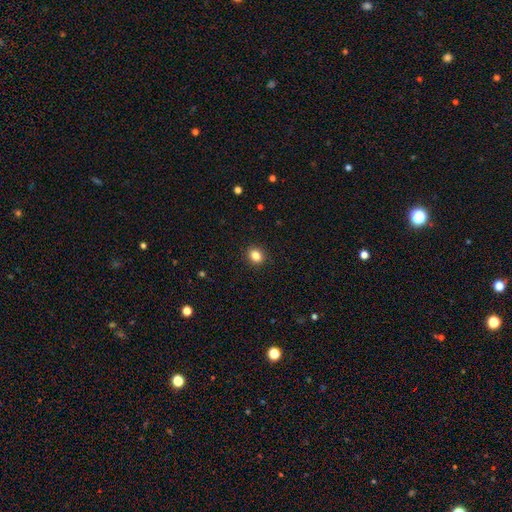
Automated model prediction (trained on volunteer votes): The model was most divided on "how rounded": round: 60%, in between: 39%, cigar-shaped: 1%. More confident: merging — none (91%); smooth or featured — smooth (85%).